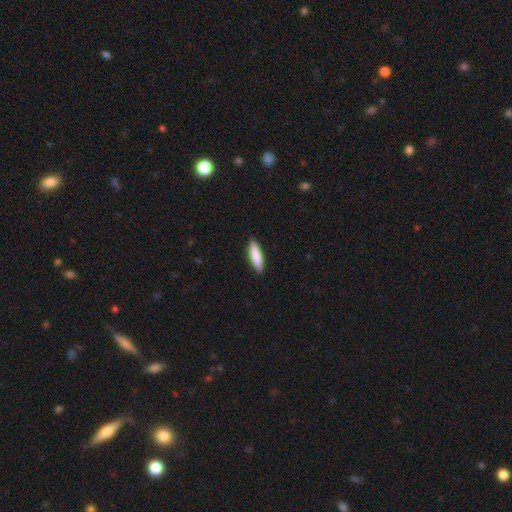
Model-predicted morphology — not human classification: smooth_or_featured: smooth (p=0.85) [alt: featured or disk p=0.10]
how_rounded: cigar-shaped (p=0.71) [alt: in between p=0.28]
merging: none (p=0.90) [alt: minor disturbance p=0.07]